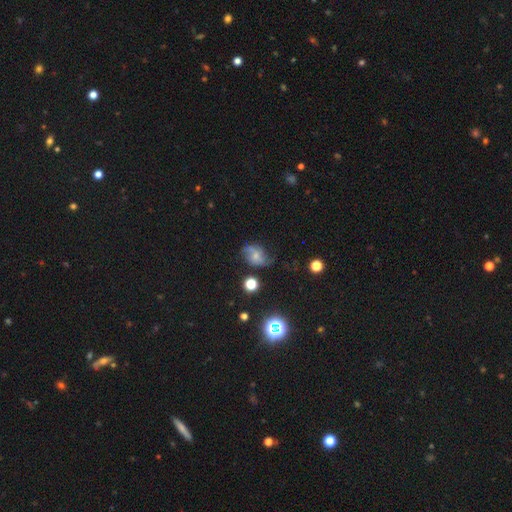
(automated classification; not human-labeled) Smooth or featured?
  - featured or disk: 58% *
  - smooth: 29%
  - star or artifact: 13%
Edge-on disk?
  - no: 96% *
  - yes: 4%
Bar?
  - no: 63% *
  - weak: 31%
  - strong: 6%
Spiral arms?
  - yes: 89% *
  - no: 11%
Bulge size?
  - small: 51% *
  - moderate: 32%
  - none: 12%
  - large: 3%
  - dominant: 2%
Merging?
  - none: 56% *
  - minor disturbance: 28%
  - major disturbance: 13%
  - merger: 3%